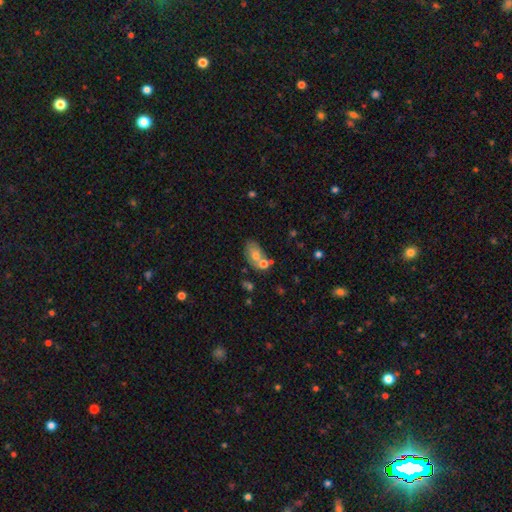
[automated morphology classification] smooth 63%, featured or disk 27%, star or artifact 10%. Down the decision tree: how rounded — in between (86%); merging — none (47%).